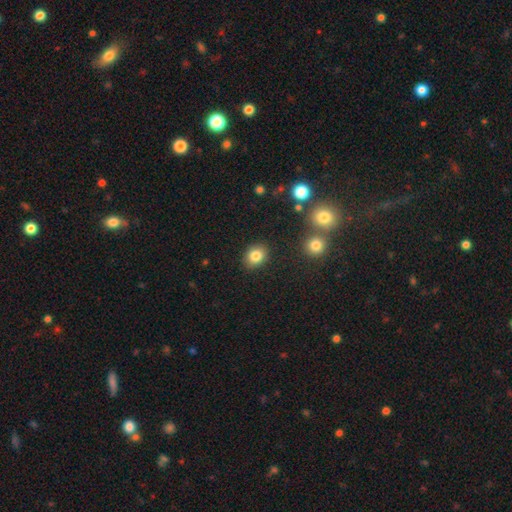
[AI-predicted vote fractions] Smooth or featured? smooth (83%)
How rounded? round (55%)
Merging? none (87%)